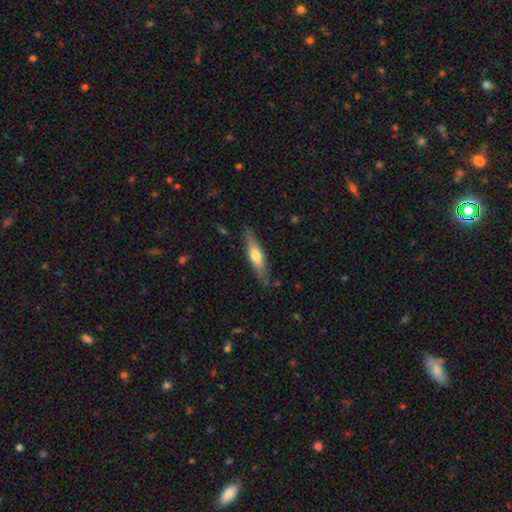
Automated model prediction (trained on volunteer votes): Overall: smooth (56%; featured or disk 38%). How rounded: cigar-shaped (75%). Merging: none (83%).